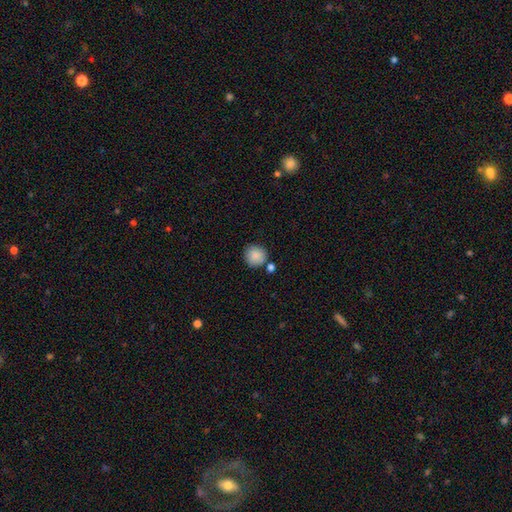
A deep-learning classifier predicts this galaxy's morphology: smooth_or_featured: smooth (p=0.88) [alt: star or artifact p=0.08]
how_rounded: round (p=0.93) [alt: in between p=0.06]
merging: none (p=0.77) [alt: minor disturbance p=0.10]